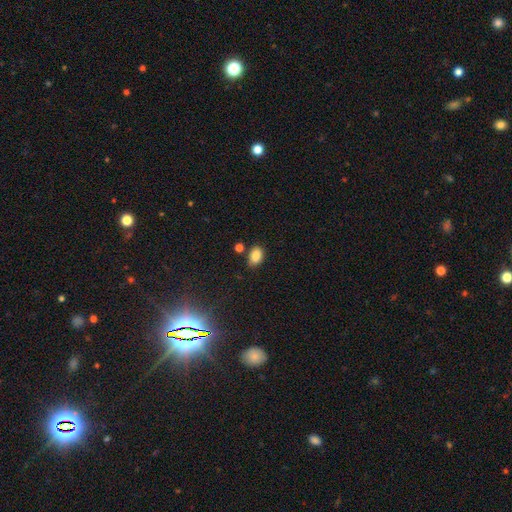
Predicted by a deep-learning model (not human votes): Smooth or featured? smooth (85%)
How rounded? in between (84%)
Merging? none (74%)